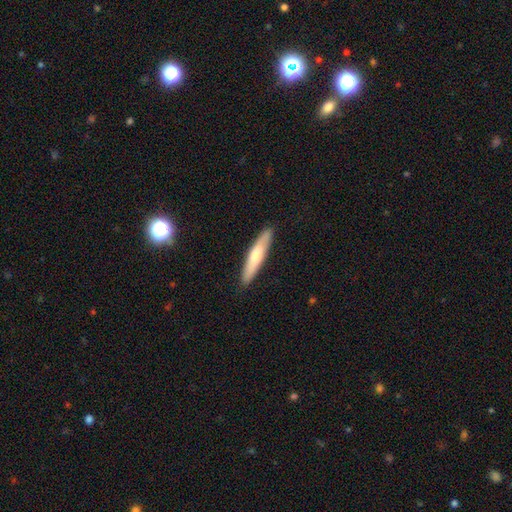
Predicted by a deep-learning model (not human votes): smooth_or_featured: smooth (p=0.60) [alt: featured or disk p=0.34]
how_rounded: cigar-shaped (p=0.89) [alt: in between p=0.10]
merging: none (p=0.90) [alt: minor disturbance p=0.07]